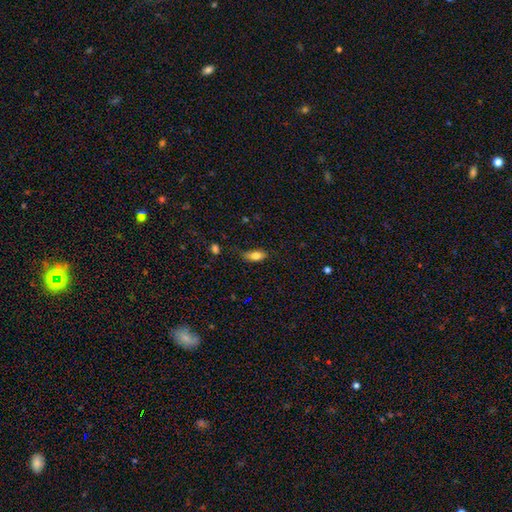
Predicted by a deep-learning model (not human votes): A smooth galaxy with no disk features (78%) that is in between round and cigar-shaped (82%). Merging: none (67%).